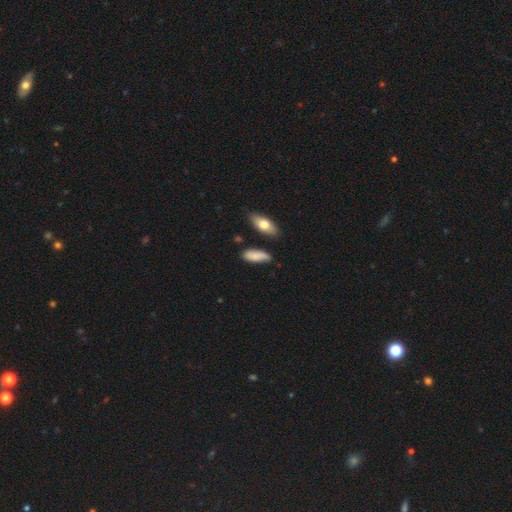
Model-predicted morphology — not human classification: This appears to be a smooth galaxy with no disk features (76%) that is in between round and cigar-shaped (74%). Merging: none (72%).